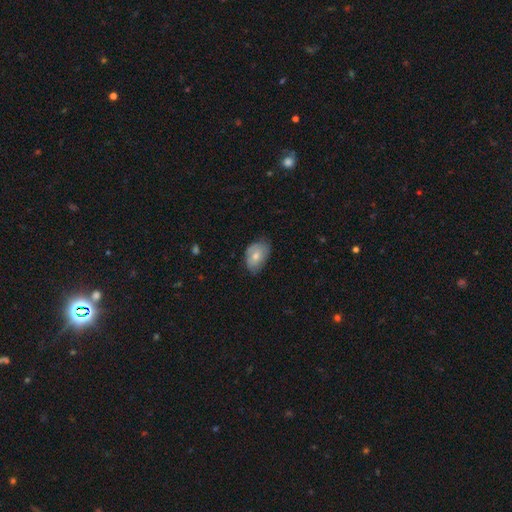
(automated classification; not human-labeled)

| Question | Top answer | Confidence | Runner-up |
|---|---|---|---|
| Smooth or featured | smooth | 68% | featured or disk (25%) |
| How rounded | in between | 85% | round (14%) |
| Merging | none | 60% | minor disturbance (32%) |